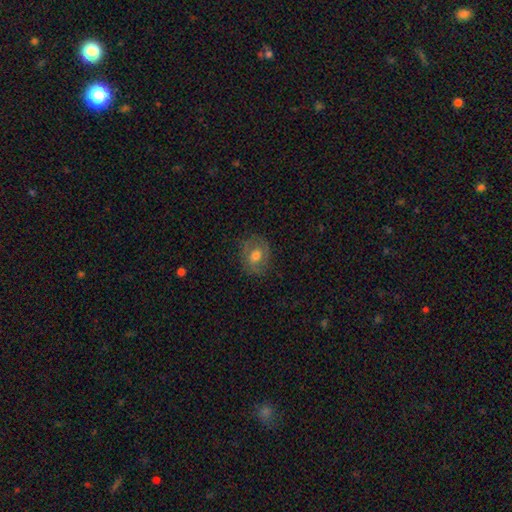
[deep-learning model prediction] smooth-or-featured: smooth: 56% | featured or disk: 34% | star or artifact: 10%
  how-rounded: round: 55% | in between: 44% | cigar-shaped: 1%
  merging: none: 74% | minor disturbance: 18% | major disturbance: 7% | merger: 1%